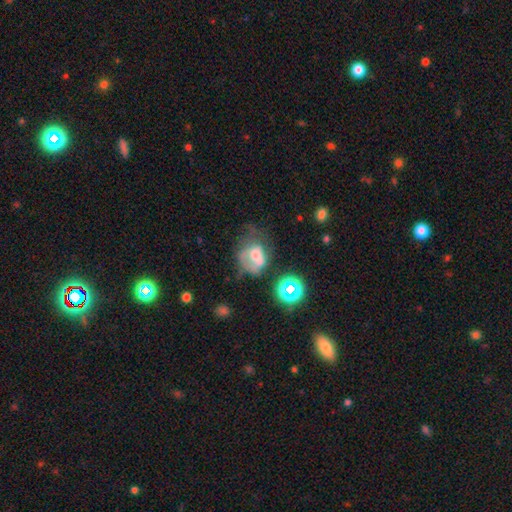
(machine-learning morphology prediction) This is possibly a smooth galaxy (47%). Merging: marginally major disturbance (38%).